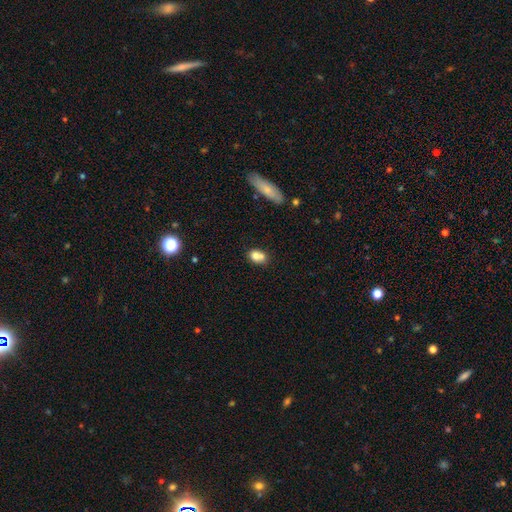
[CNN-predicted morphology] smooth_or_featured: smooth (p=0.75) [alt: featured or disk p=0.15]
how_rounded: in between (p=0.59) [alt: round p=0.39]
merging: merger (p=0.42) [alt: none p=0.39]